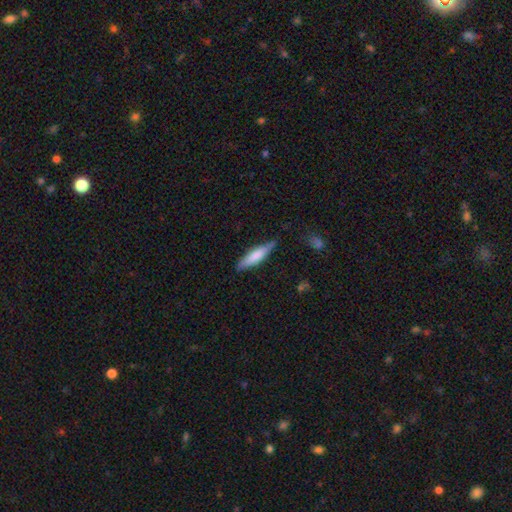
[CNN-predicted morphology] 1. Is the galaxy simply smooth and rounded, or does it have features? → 61% smooth, 33% featured or disk, 6% star or artifact.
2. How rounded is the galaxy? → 77% cigar-shaped, 22% in between, 2% round.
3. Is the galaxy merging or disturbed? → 79% none, 16% minor disturbance, 3% major disturbance, 2% merger.